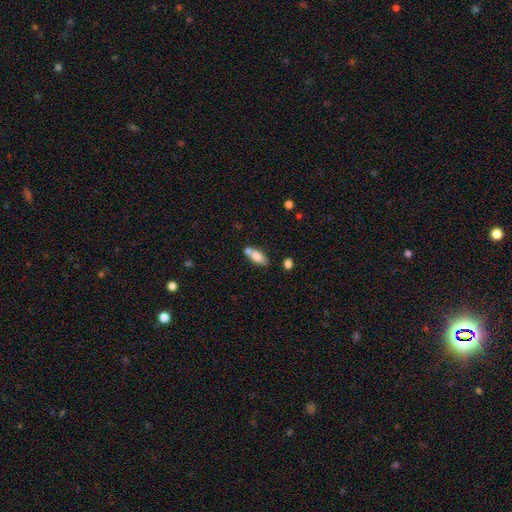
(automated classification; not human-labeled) smooth-or-featured: smooth: 79% | featured or disk: 13% | star or artifact: 8%
  how-rounded: in between: 74% | cigar-shaped: 23% | round: 3%
  merging: none: 51% | merger: 28% | minor disturbance: 16% | major disturbance: 5%